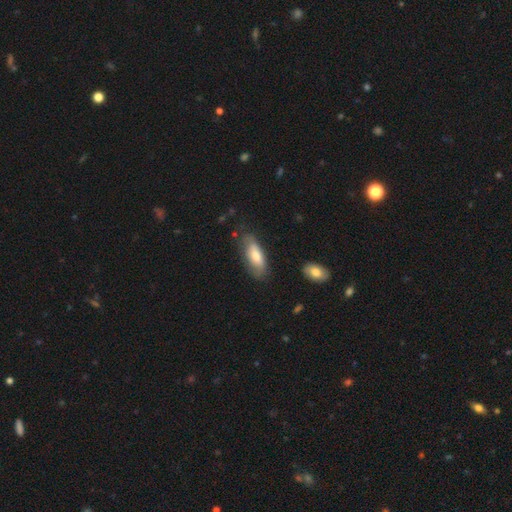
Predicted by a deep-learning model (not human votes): Overall: smooth (72%). How rounded: in between (76%). Merging: none (70%).